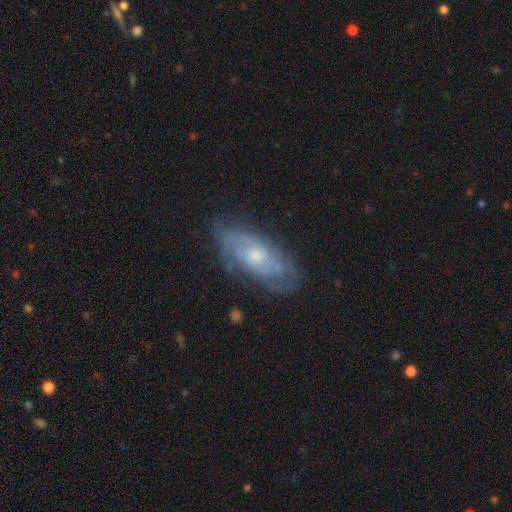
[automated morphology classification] The model was most divided on "bulge size": moderate: 50%, small: 42%, large: 4%, none: 3%, dominant: 1%. More confident: edge-on disk — no (89%); spiral arms — yes (81%); smooth or featured — featured or disk (72%); bar — no (69%); merging — none (69%); spiral winding — tight (52%); spiral arm count — can't tell (50%).